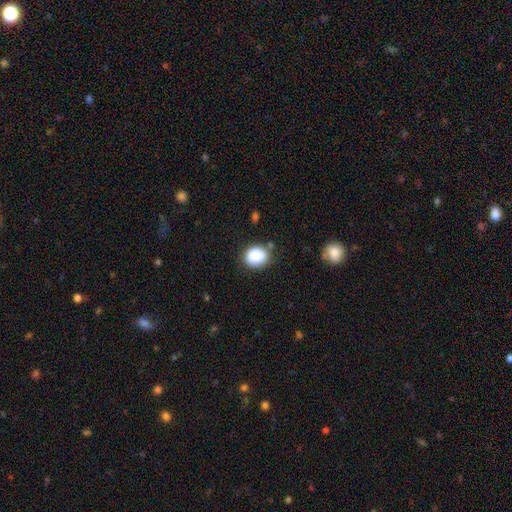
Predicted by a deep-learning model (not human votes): Smooth or featured? smooth (86%)
How rounded? round (60%)
Merging? none (74%)